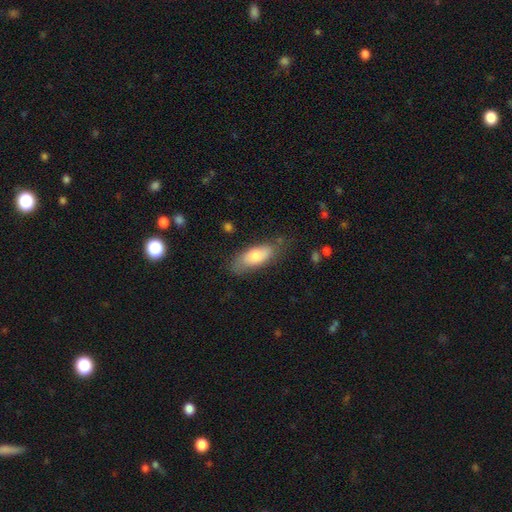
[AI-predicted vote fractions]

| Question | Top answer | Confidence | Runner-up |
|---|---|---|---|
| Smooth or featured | smooth | 72% | featured or disk (22%) |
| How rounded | in between | 77% | cigar-shaped (21%) |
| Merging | none | 69% | minor disturbance (22%) |